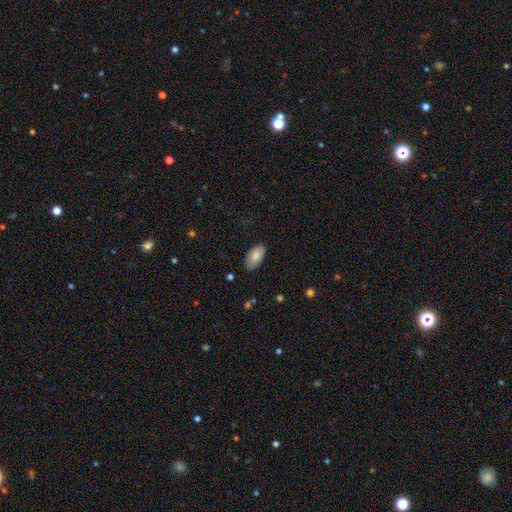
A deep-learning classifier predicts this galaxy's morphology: Overall: smooth (83%). How rounded: in between (95%). Merging: none (82%).